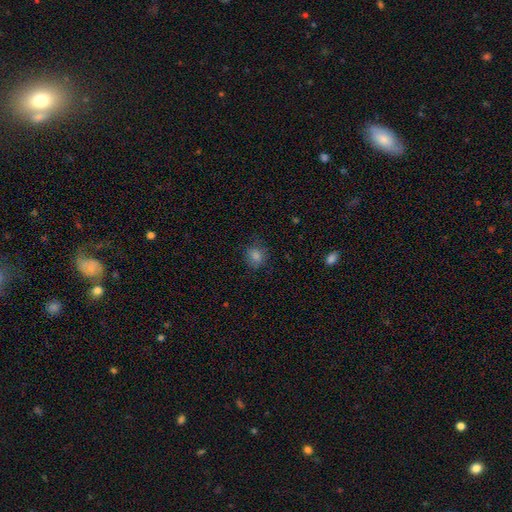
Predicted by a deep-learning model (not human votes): A smooth galaxy with no disk features (80%) that is round (76%).

Vote fractions:
- Smooth or featured? smooth: 80% / star or artifact: 14% / featured or disk: 6%
- How rounded? round: 76% / in between: 23% / cigar-shaped: 1%
- Merging? none: 82% / minor disturbance: 13% / major disturbance: 4% / merger: 1%